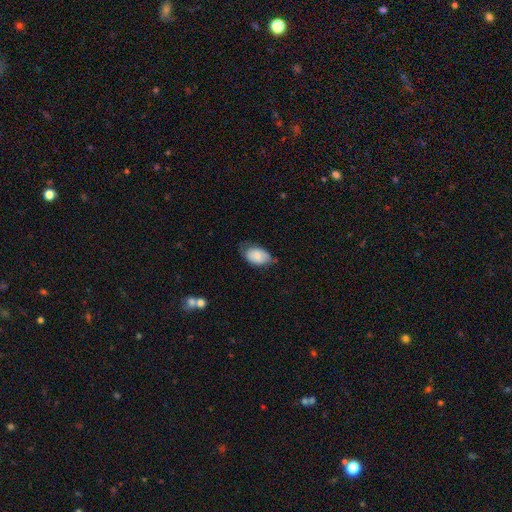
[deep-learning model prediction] This is likely a smooth galaxy (79%). How rounded: clearly in between (90%). Merging: possibly none (53%).